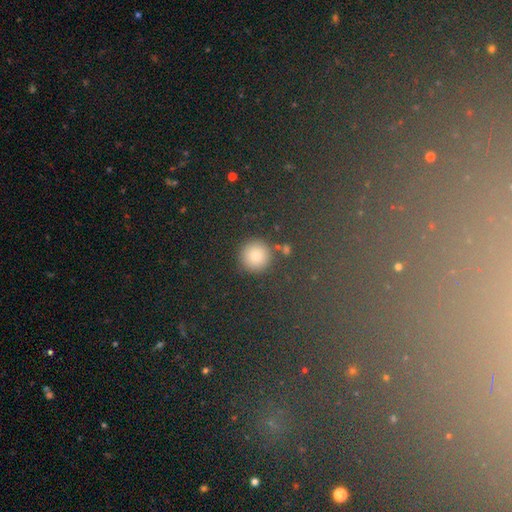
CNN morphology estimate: This is likely a smooth galaxy (77%). How rounded: clearly round (92%). Merging: clearly none (83%).